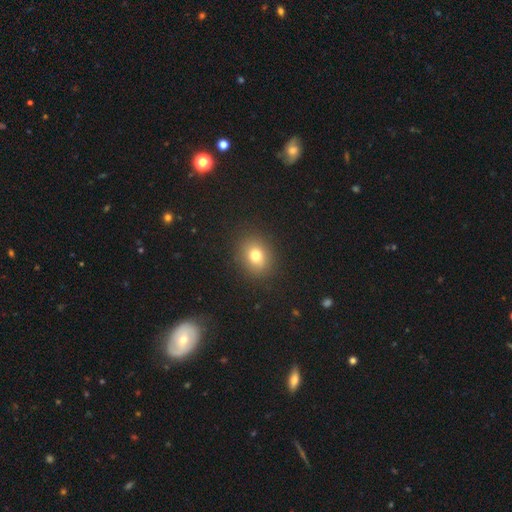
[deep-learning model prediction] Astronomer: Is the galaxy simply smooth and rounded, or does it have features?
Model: smooth — 77%.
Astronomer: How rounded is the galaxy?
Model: round — 64%.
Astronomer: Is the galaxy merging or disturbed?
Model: none — 88%.